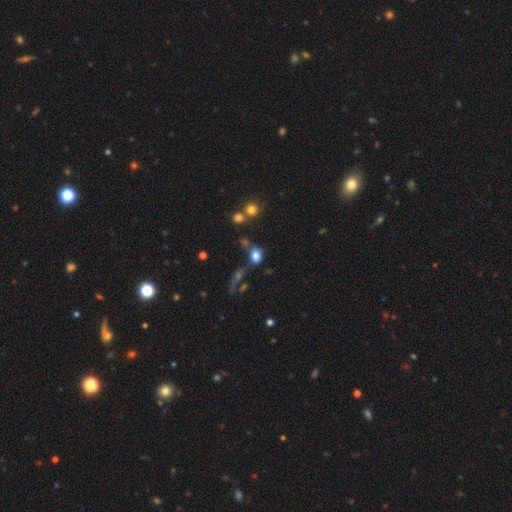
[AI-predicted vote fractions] Smooth or featured: smooth — 77% (star or artifact — 13%)
How rounded: in between — 52% (round — 46%)
Merging: none — 46% (merger — 24%)